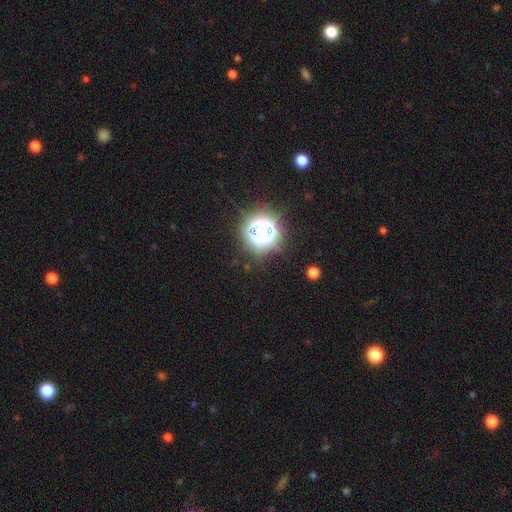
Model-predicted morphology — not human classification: Q: Smooth or featured?
A: star or artifact (84%); runner-up: smooth (11%)